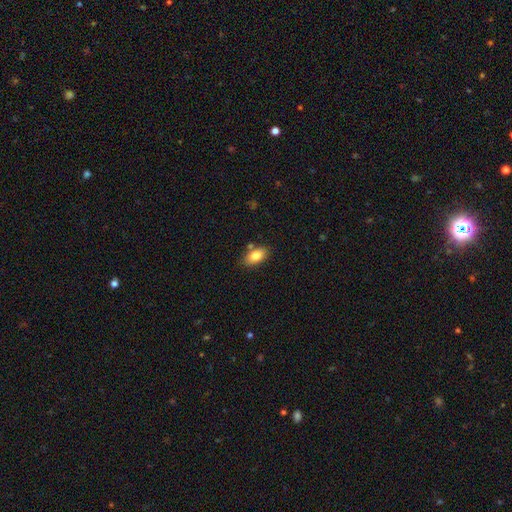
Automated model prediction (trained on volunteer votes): Overall: smooth (81%). How rounded: in between (90%). Merging: none (77%).